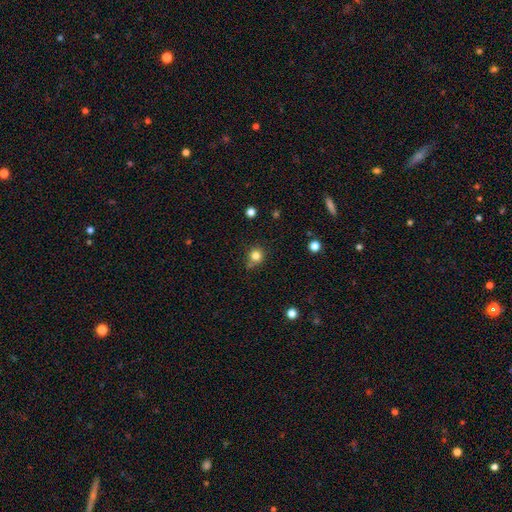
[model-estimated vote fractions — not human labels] smooth-or-featured: smooth: 81% | star or artifact: 13% | featured or disk: 6%
  how-rounded: round: 91% | in between: 8% | cigar-shaped: 1%
  merging: none: 75% | minor disturbance: 14% | merger: 8% | major disturbance: 4%